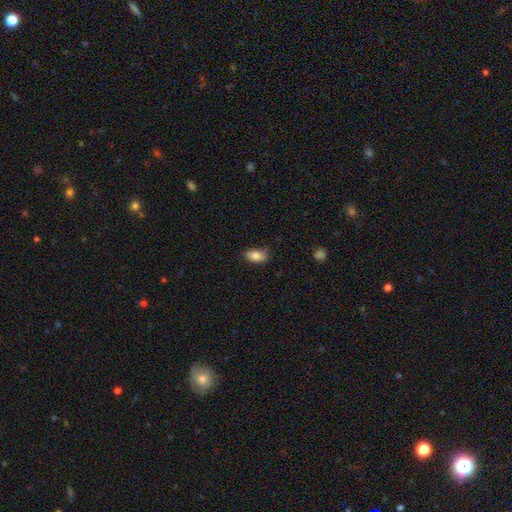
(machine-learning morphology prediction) smooth 83%, featured or disk 10%, star or artifact 8%. Down the decision tree: how rounded — in between (90%); merging — none (79%).